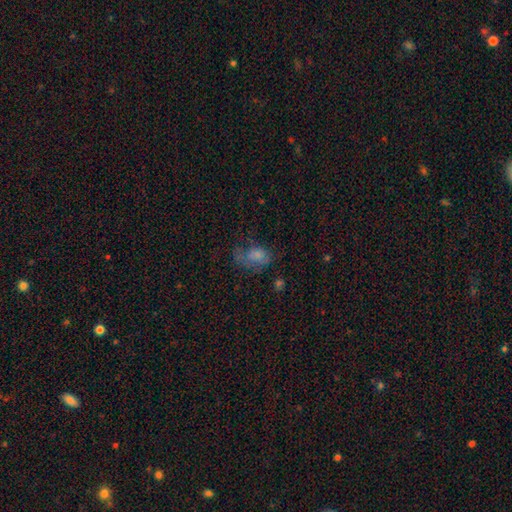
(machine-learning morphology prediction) type=smooth (64%); roundness=in between (82%); merging=major disturbance (38%).